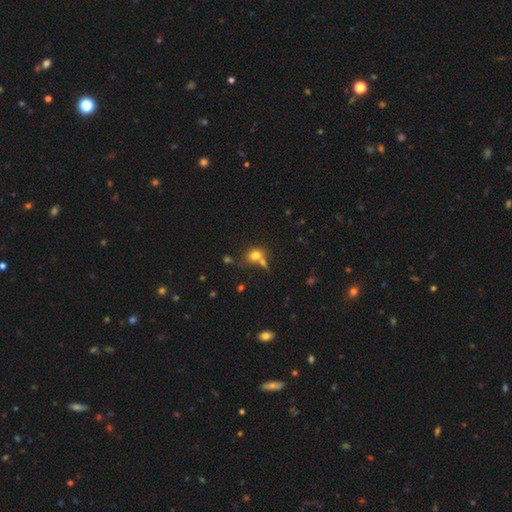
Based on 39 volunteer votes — Smooth or featured? smooth (87%)
How rounded? round (65%)
Merging? merger (44%)